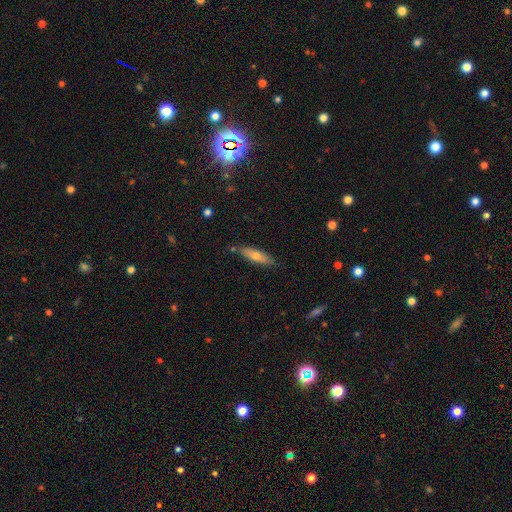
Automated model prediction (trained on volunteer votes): Smooth or featured? Predicted: smooth (p=0.64). How rounded? Predicted: cigar-shaped (p=0.62). Merging? Predicted: none (p=0.77).